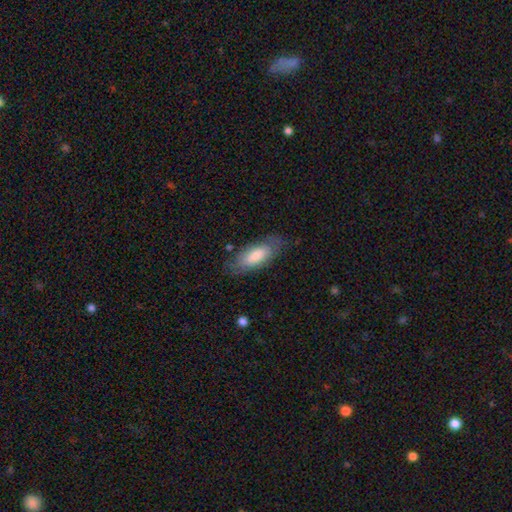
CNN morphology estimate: smooth-or-featured: smooth: 67% | featured or disk: 27% | star or artifact: 6%
  how-rounded: in between: 73% | cigar-shaped: 25% | round: 2%
  merging: none: 77% | minor disturbance: 17% | major disturbance: 5% | merger: 1%